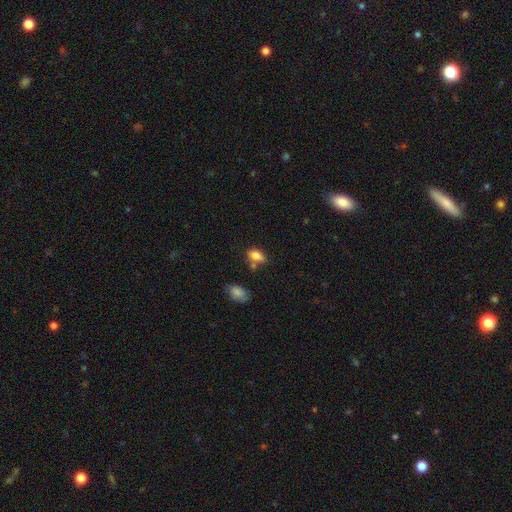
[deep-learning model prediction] A smooth galaxy with no disk features (81%) that is in between round and cigar-shaped (88%).

Vote fractions:
- Smooth or featured? smooth: 81% / featured or disk: 10% / star or artifact: 9%
- How rounded? in between: 88% / round: 8% / cigar-shaped: 4%
- Merging? none: 57% / minor disturbance: 22% / merger: 16% / major disturbance: 6%